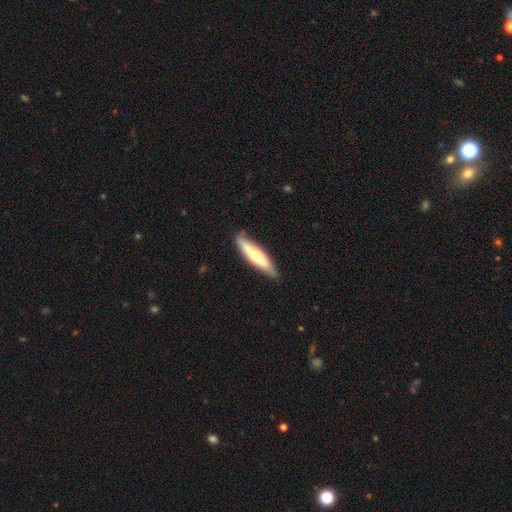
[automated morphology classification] A smooth galaxy with no disk features (61%) that is cigar-shaped (84%).

Vote fractions:
- Smooth or featured? smooth: 61% / featured or disk: 34% / star or artifact: 5%
- How rounded? cigar-shaped: 84% / in between: 15% / round: 1%
- Merging? none: 81% / minor disturbance: 15% / major disturbance: 2% / merger: 2%